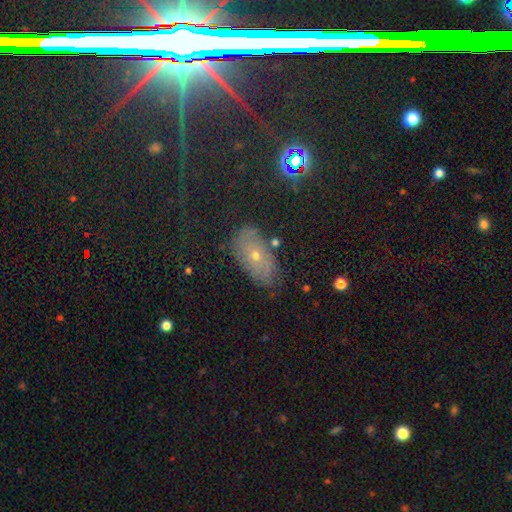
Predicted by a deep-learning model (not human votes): Smooth or featured: featured or disk — 38% (tied with smooth — 38%)
Merging: none — 75% (minor disturbance — 18%)